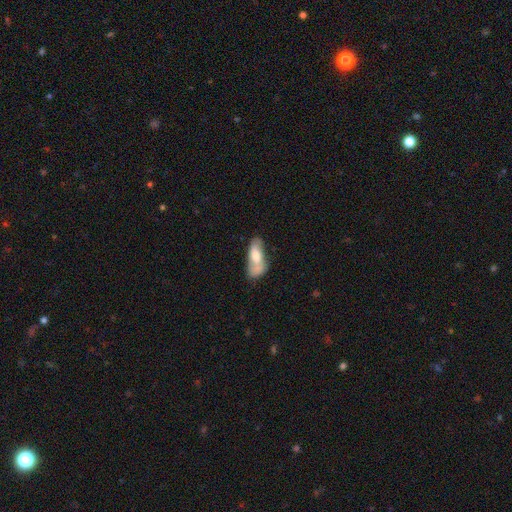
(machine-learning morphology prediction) Smooth or featured: smooth — 63% (featured or disk — 31%)
How rounded: in between — 79% (cigar-shaped — 18%)
Merging: none — 38% (minor disturbance — 26%)